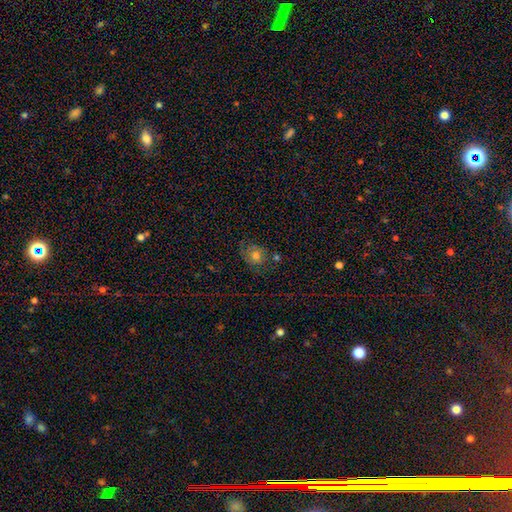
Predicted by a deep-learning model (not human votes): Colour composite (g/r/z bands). It shows a smooth galaxy with no disk features (61%) that is round (69%). Merging: none (60%).